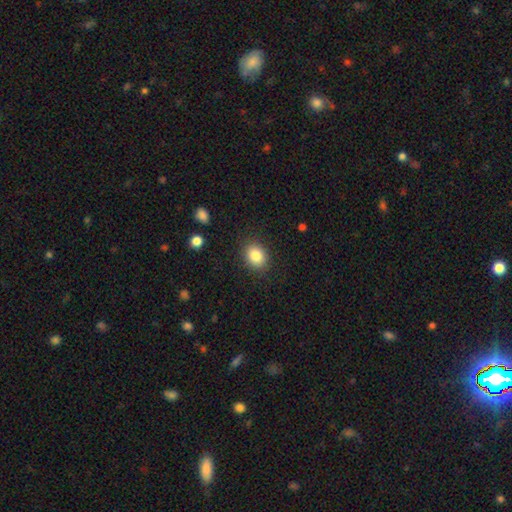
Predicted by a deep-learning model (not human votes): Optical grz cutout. It shows a smooth galaxy with no disk features (84%) that is round (55%). Merging: none (87%).